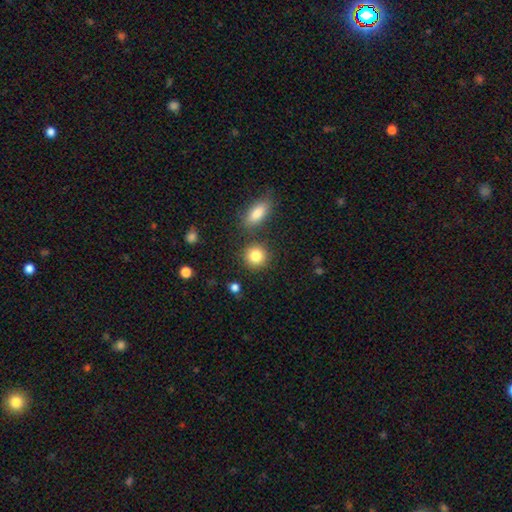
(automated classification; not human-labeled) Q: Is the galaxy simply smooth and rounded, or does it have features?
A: smooth — 85%.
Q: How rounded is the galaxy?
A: round — 85%.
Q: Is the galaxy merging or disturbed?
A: none — 80%.